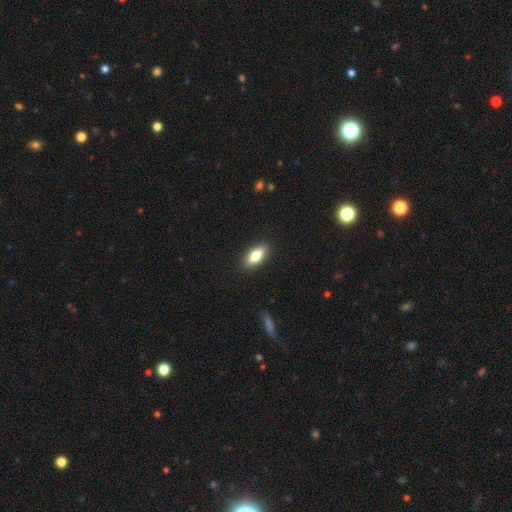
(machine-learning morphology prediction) A smooth galaxy with no disk features (80%) that is in between round and cigar-shaped (84%).

Vote fractions:
- Smooth or featured? smooth: 80% / featured or disk: 13% / star or artifact: 7%
- How rounded? in between: 84% / cigar-shaped: 13% / round: 3%
- Merging? none: 89% / minor disturbance: 8% / major disturbance: 2% / merger: 1%